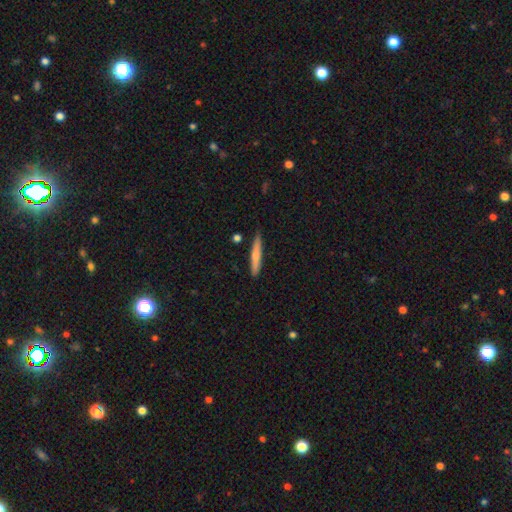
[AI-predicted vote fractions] Smooth or featured: smooth — 68% (featured or disk — 26%)
How rounded: cigar-shaped — 93% (in between — 6%)
Merging: none — 82% (minor disturbance — 13%)